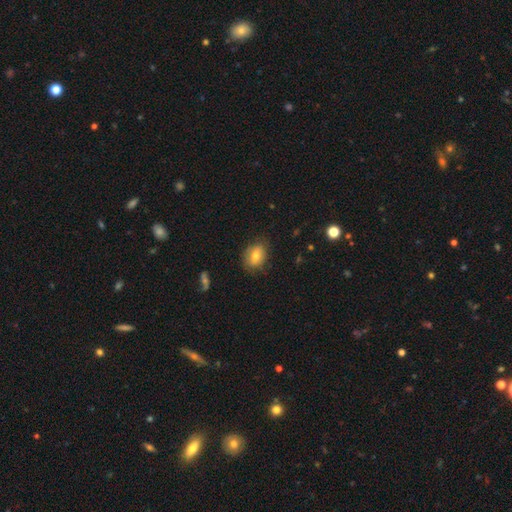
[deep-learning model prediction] smooth_or_featured: smooth (p=0.73) [alt: featured or disk p=0.18]
how_rounded: in between (p=0.68) [alt: round p=0.31]
merging: none (p=0.76) [alt: minor disturbance p=0.19]